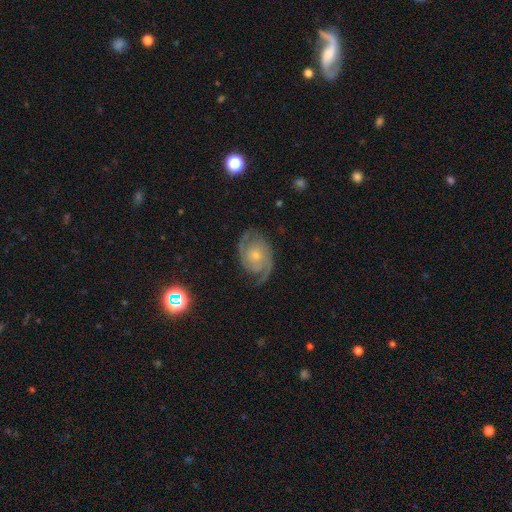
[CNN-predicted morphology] The model was most divided on "spiral winding": tight: 46%, medium: 43%, loose: 11%. More confident: spiral arms — yes (98%); edge-on disk — no (98%); smooth or featured — featured or disk (89%); spiral arm count — 2 (88%); merging — none (78%); bar — no (74%); bulge size — small (65%).